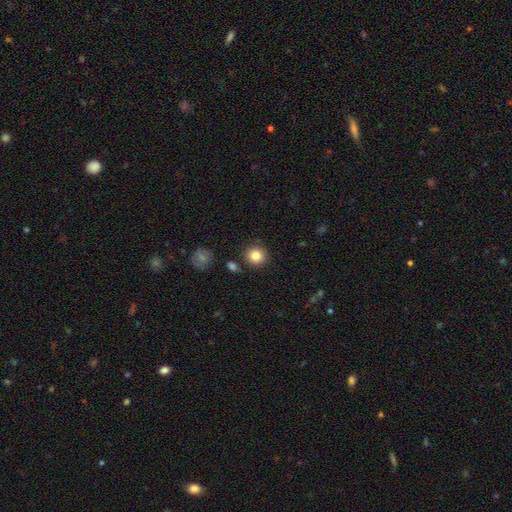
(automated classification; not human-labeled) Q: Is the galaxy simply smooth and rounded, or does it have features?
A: smooth — 84%.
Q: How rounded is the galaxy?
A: round — 91%.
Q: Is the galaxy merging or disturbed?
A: none — 86%.